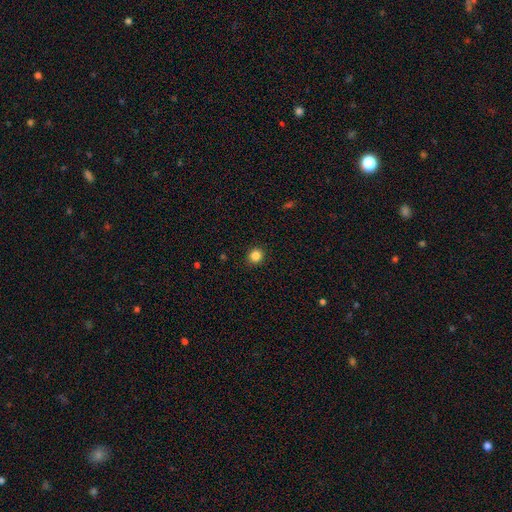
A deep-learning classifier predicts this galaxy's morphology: The model was most divided on "smooth or featured": smooth: 84%, star or artifact: 12%, featured or disk: 4%. More confident: merging — none (92%); how rounded — round (89%).